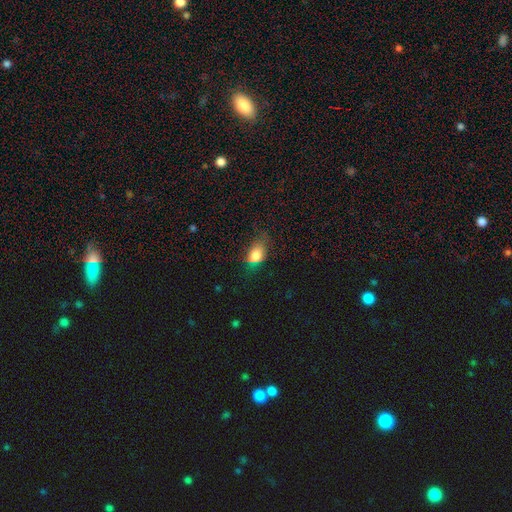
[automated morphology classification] Smooth or featured: smooth — 81% (star or artifact — 10%)
How rounded: in between — 78% (round — 20%)
Merging: none — 49% (minor disturbance — 35%)